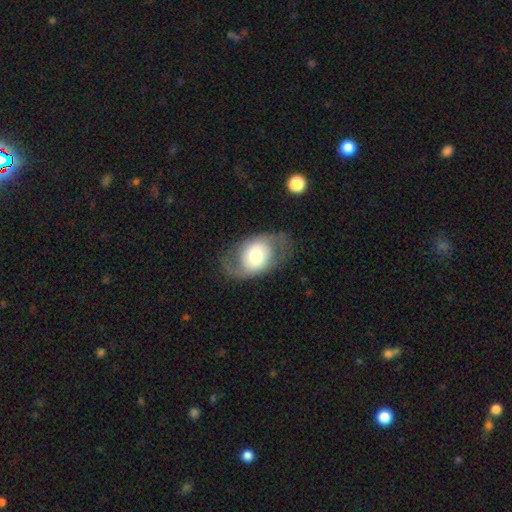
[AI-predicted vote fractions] Morphology: type=featured or disk (56%); edge-on=no (94%); bar=no (72%); spiral arms=yes (61%); bulge=moderate (59%); merging=none (70%).